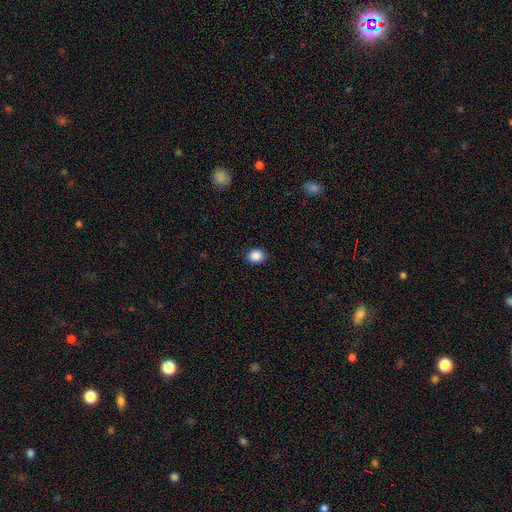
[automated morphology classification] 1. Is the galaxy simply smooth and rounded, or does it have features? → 88% smooth, 9% star or artifact, 3% featured or disk.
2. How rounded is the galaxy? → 64% round, 36% in between, 1% cigar-shaped.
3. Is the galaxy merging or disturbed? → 90% none, 7% minor disturbance, 2% major disturbance, 1% merger.